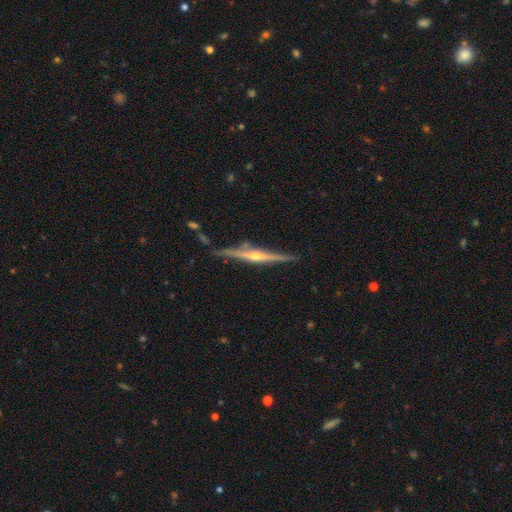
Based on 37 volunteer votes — A featured or disk galaxy (84%) viewed edge-on (97%) with a rounded central bulge (83%). Merging: none (84%).